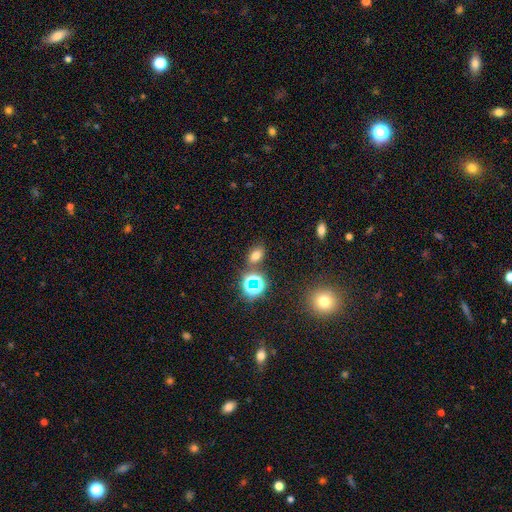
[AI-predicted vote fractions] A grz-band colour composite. It shows a smooth galaxy with no disk features (65%) that is in between round and cigar-shaped (76%). Merging: none (73%).